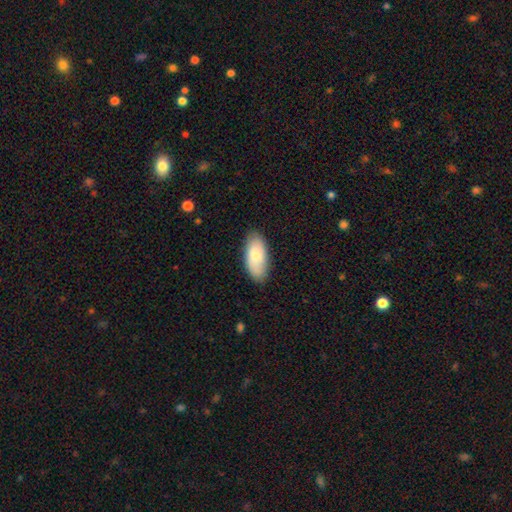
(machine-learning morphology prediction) Smooth or featured: smooth — 80% (featured or disk — 14%)
How rounded: in between — 91% (cigar-shaped — 7%)
Merging: none — 84% (minor disturbance — 12%)